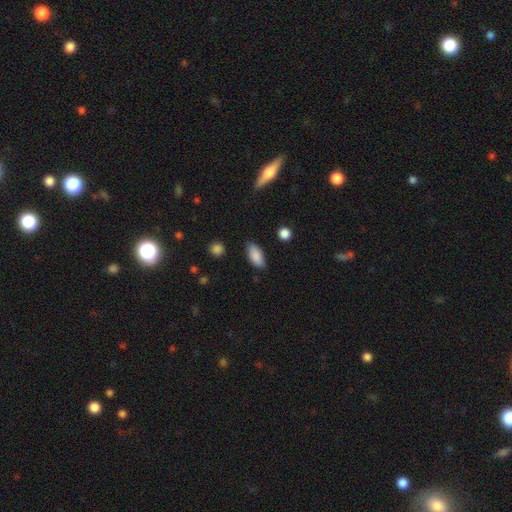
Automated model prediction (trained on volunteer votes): The model was most divided on "merging": none: 83%, minor disturbance: 13%, major disturbance: 3%, merger: 2%. More confident: smooth or featured — smooth (88%); how rounded — in between (88%).